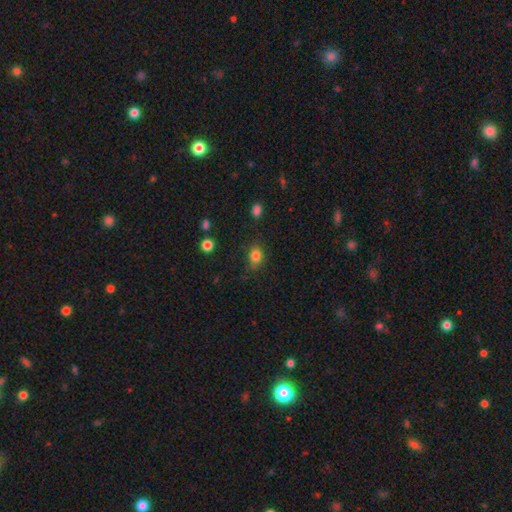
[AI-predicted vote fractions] Smooth or featured? smooth (83%)
How rounded? in between (63%)
Merging? none (73%)